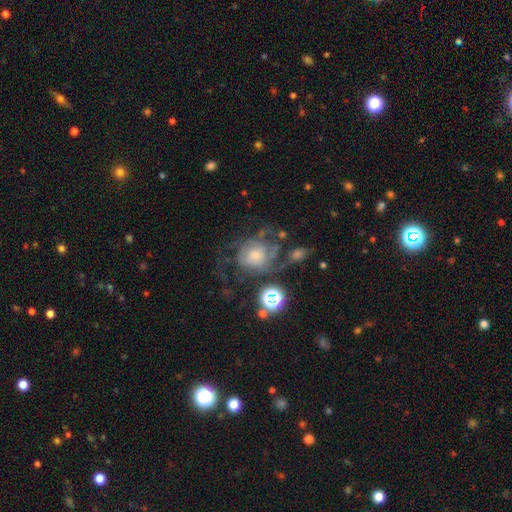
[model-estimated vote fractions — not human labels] Morphology: type=featured or disk (65%); edge-on=no (97%); bar=no (79%); spiral arms=yes (77%); bulge=moderate (36%); merging=major disturbance (38%).